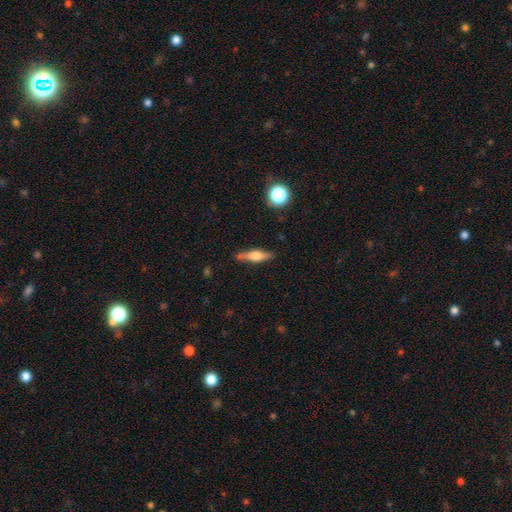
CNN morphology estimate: Smooth or featured? Predicted: featured or disk (p=0.56). Edge-on disk? Predicted: yes (p=0.95). Edge-on bulge? Predicted: rounded (p=0.89). Merging? Predicted: none (p=0.85).